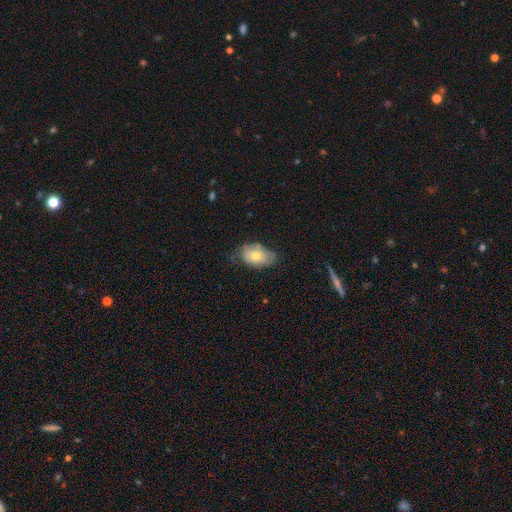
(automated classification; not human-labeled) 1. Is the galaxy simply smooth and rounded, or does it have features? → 69% smooth, 23% featured or disk, 8% star or artifact.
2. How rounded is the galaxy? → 87% in between, 11% round, 1% cigar-shaped.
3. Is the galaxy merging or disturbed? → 57% none, 33% minor disturbance, 7% major disturbance, 2% merger.